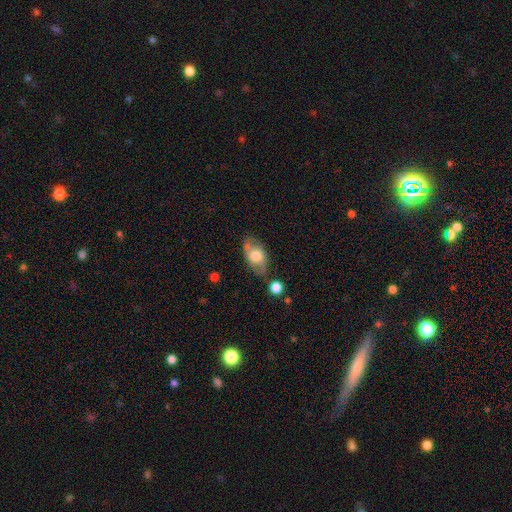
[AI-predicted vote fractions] Q: Smooth or featured?
A: smooth (55%); runner-up: featured or disk (39%)
Q: How rounded?
A: in between (88%); runner-up: round (10%)
Q: Merging?
A: none (69%); runner-up: minor disturbance (19%)